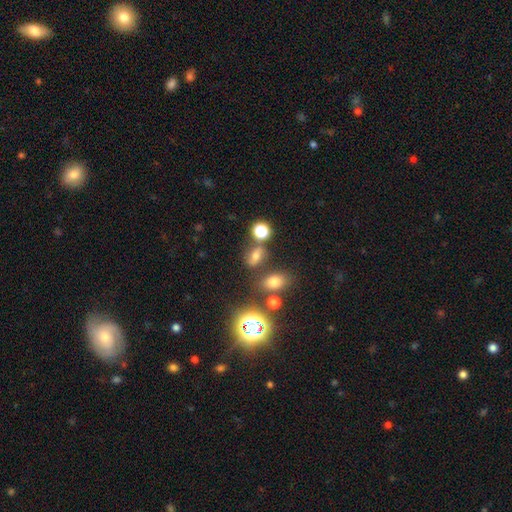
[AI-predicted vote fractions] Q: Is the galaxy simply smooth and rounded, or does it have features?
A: smooth — 58%.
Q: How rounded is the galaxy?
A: in between — 72%.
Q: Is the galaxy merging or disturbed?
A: none — 66%.